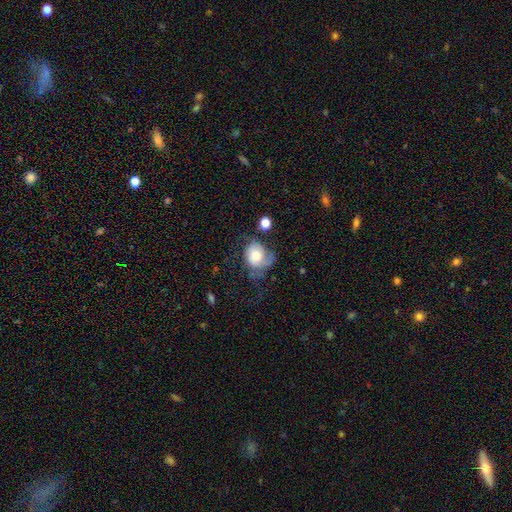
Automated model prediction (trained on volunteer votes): Smooth or featured: smooth — 58% (featured or disk — 33%)
How rounded: round — 60% (in between — 39%)
Merging: none — 33% (major disturbance — 32%)